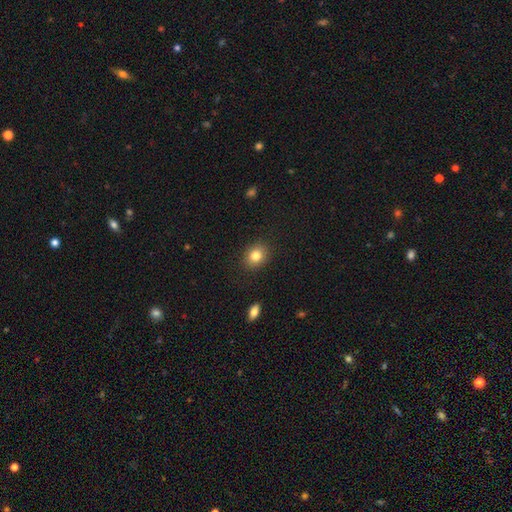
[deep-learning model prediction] Smooth or featured? smooth (82%)
How rounded? round (59%)
Merging? none (88%)